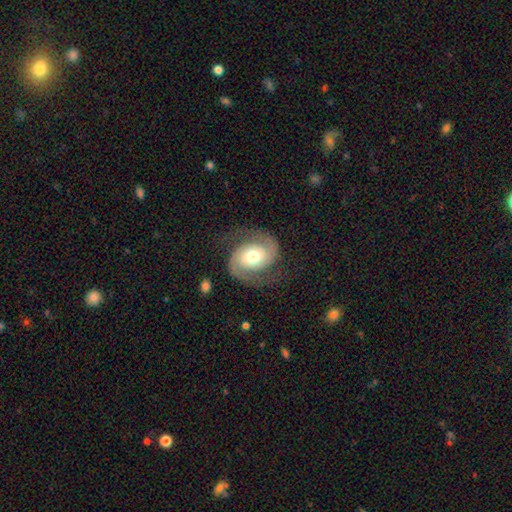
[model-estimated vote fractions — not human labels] smooth-or-featured: featured or disk: 88% | smooth: 7% | star or artifact: 5%
  disk-edge-on: no: 98% | yes: 2%
    bar: no: 64% | weak: 25% | strong: 10%
    has-spiral-arms: yes: 97% | no: 3%
      spiral-winding: medium: 51% | tight: 32% | loose: 17%
      spiral-arm-count: 2: 94% | can't tell: 2% | 1: 1% | 3: 1% | 4: 1% | more than 4: 1%
    bulge-size: moderate: 70% | small: 15% | large: 12% | dominant: 2% | none: 1%
  merging: none: 79% | minor disturbance: 13% | major disturbance: 7% | merger: 1%